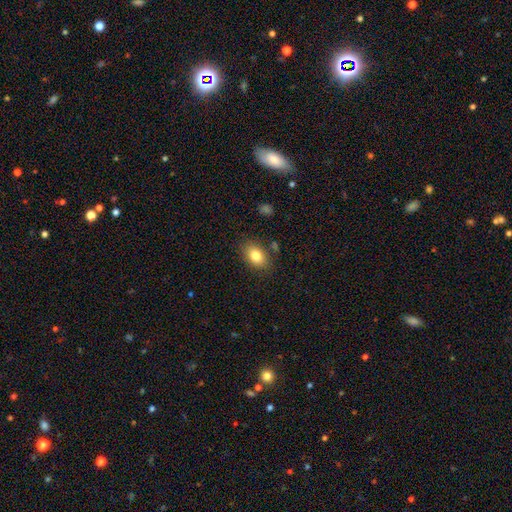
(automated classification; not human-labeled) Morphology: type=smooth (82%); roundness=in between (83%); merging=none (82%).